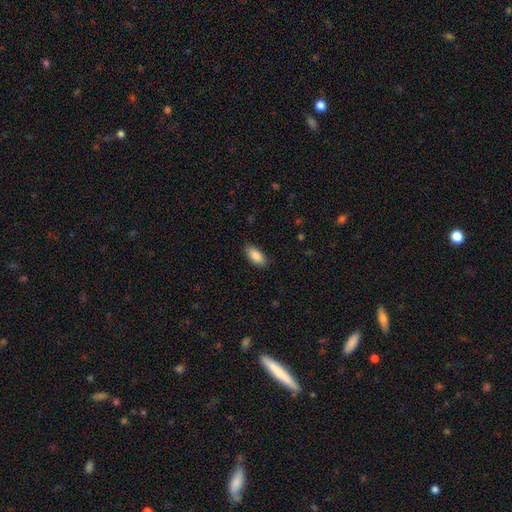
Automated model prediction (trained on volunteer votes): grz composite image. It shows a smooth galaxy with no disk features (87%) that is in between round and cigar-shaped (89%). Merging: none (86%).